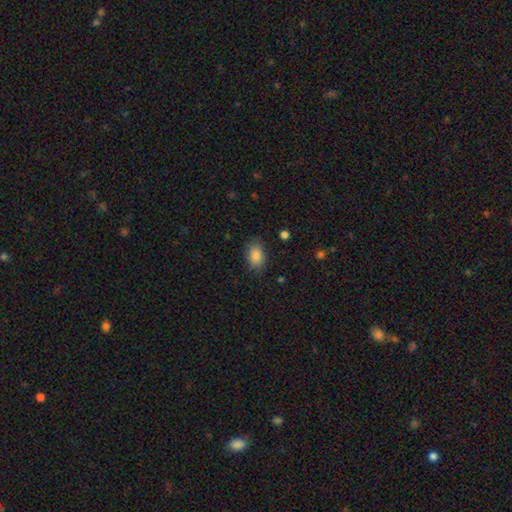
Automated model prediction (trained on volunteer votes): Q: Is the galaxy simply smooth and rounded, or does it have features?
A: smooth — 87%.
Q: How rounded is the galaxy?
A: in between — 87%.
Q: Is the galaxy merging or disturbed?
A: none — 83%.